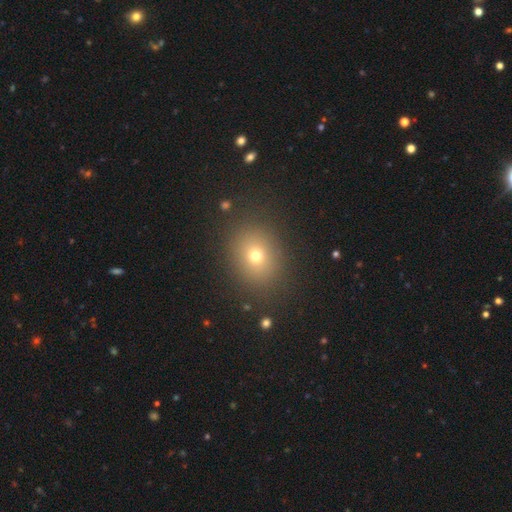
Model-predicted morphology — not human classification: This appears to be a smooth galaxy with no disk features (69%) that is round (55%). Merging: none (86%).